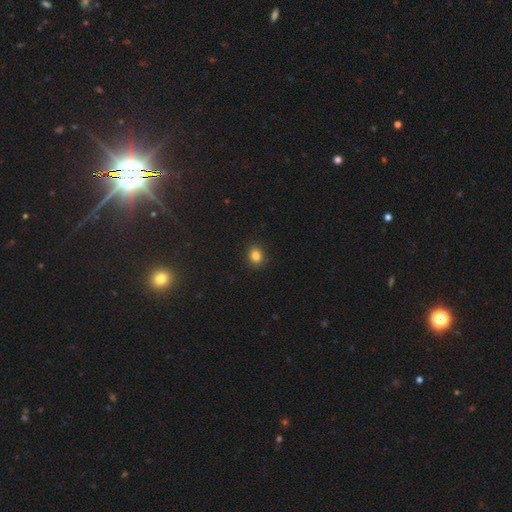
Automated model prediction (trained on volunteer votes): This is clearly a smooth galaxy (84%). How rounded: likely round (68%). Merging: clearly none (89%).